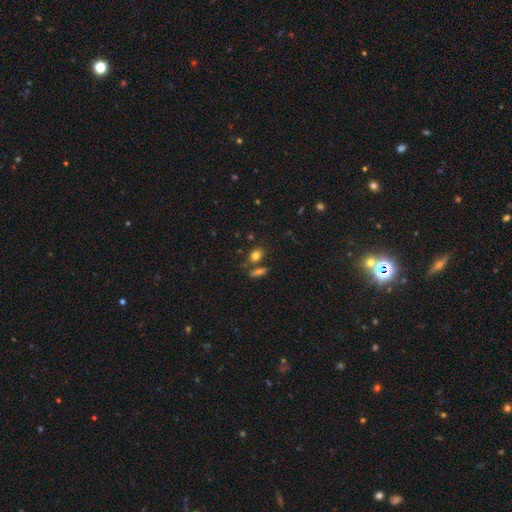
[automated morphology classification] smooth_or_featured: smooth (p=0.79) [alt: star or artifact p=0.11]
how_rounded: in between (p=0.64) [alt: round p=0.32]
merging: none (p=0.65) [alt: merger p=0.19]